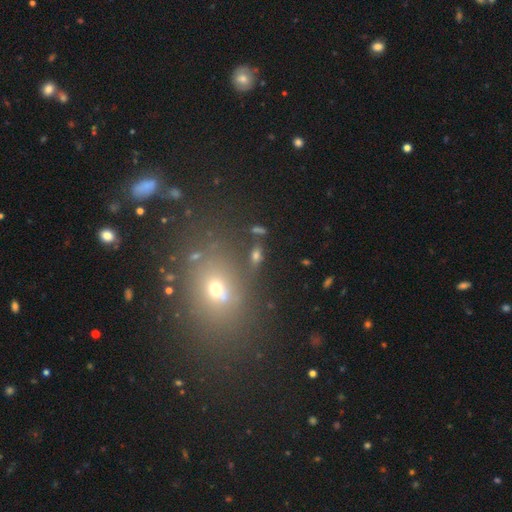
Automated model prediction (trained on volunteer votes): Smooth or featured? smooth (56%)
How rounded? in between (59%)
Merging? none (79%)